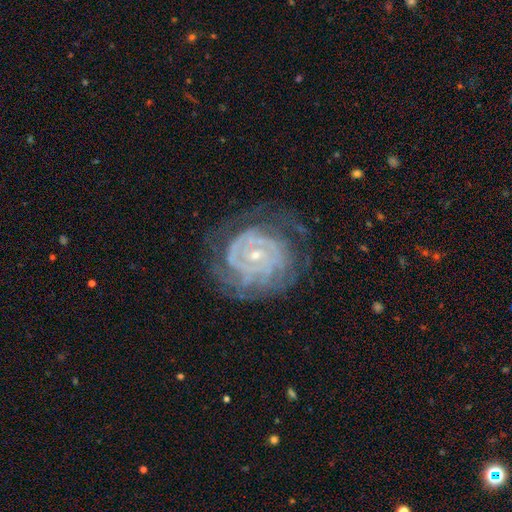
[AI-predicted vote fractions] smooth_or_featured: featured or disk (p=0.86) [alt: smooth p=0.07]
disk_edge_on: no (p=0.97) [alt: yes p=0.03]
bar: no (p=0.62) [alt: weak p=0.28]
has_spiral_arms: yes (p=0.94) [alt: no p=0.06]
spiral_winding: tight (p=0.78) [alt: medium p=0.18]
spiral_arm_count: can't tell (p=0.38) [alt: 2 p=0.17]
bulge_size: small (p=0.80) [alt: moderate p=0.17]
merging: none (p=0.66) [alt: minor disturbance p=0.20]